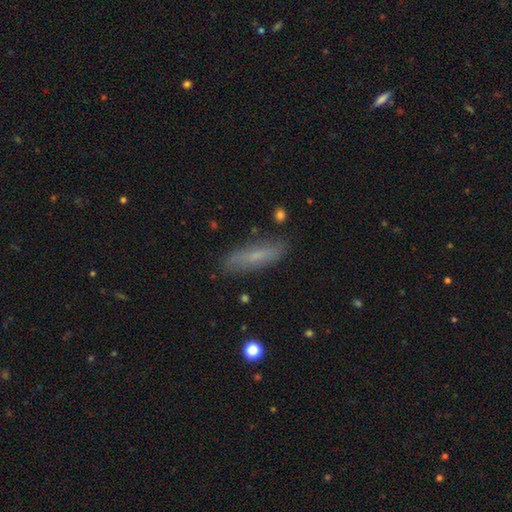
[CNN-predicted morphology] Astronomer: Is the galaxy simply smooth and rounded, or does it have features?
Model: smooth — 61%.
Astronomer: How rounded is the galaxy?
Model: cigar-shaped — 68%.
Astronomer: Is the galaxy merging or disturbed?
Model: none — 81%.